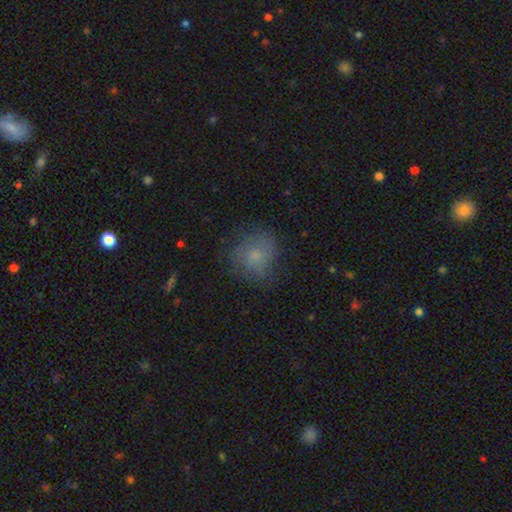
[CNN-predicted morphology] Smooth or featured: smooth — 70% (featured or disk — 19%)
How rounded: round — 77% (in between — 22%)
Merging: none — 64% (minor disturbance — 23%)